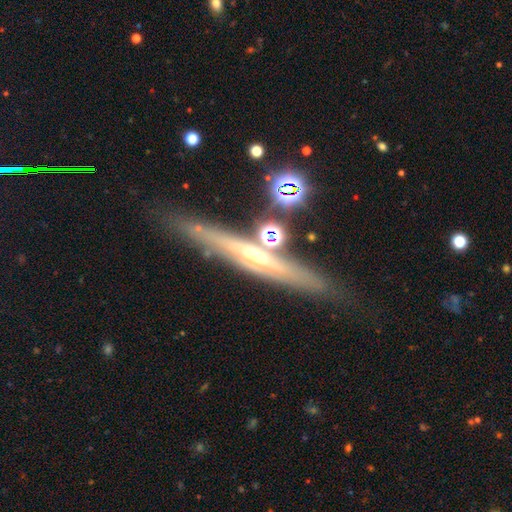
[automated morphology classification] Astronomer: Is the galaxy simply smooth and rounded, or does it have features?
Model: featured or disk — 65%.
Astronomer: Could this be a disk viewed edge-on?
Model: yes — 88%.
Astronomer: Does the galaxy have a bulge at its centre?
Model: rounded — 69%.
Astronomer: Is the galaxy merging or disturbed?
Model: none — 78%.